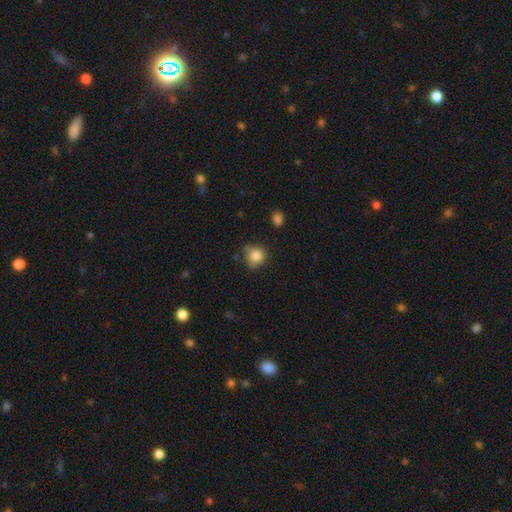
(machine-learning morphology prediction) Smooth or featured? smooth (84%)
How rounded? round (84%)
Merging? none (66%)